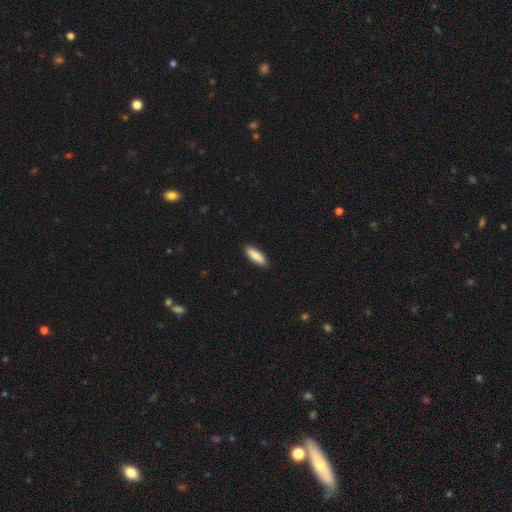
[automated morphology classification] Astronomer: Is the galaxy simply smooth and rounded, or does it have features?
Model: smooth — 87%.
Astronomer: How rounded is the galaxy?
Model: in between — 63%.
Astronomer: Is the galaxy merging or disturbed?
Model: none — 89%.